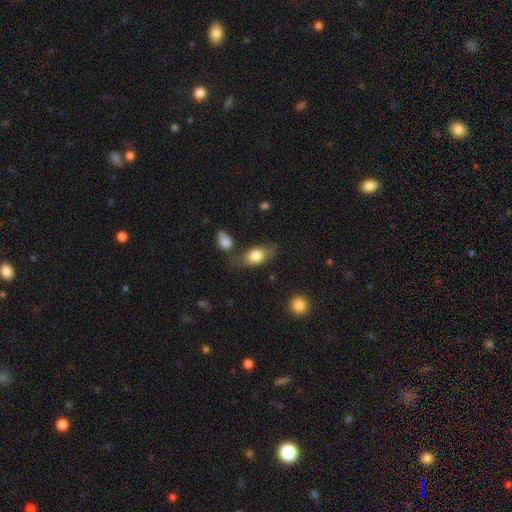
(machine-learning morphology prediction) A smooth galaxy with no disk features (77%) that is in between round and cigar-shaped (84%). Merging: none (62%).